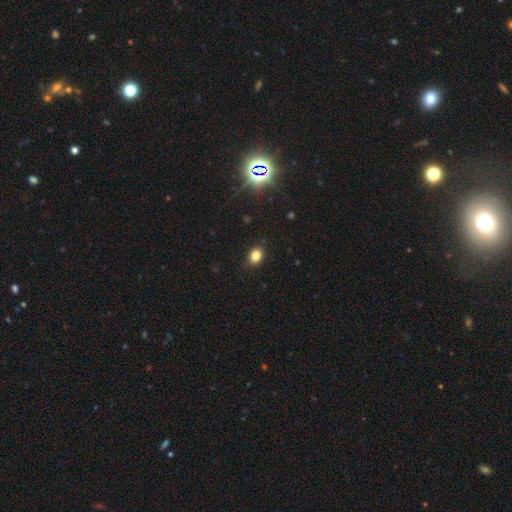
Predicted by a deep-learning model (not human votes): This is clearly a smooth galaxy (81%). How rounded: possibly in between (57%). Merging: clearly none (86%).